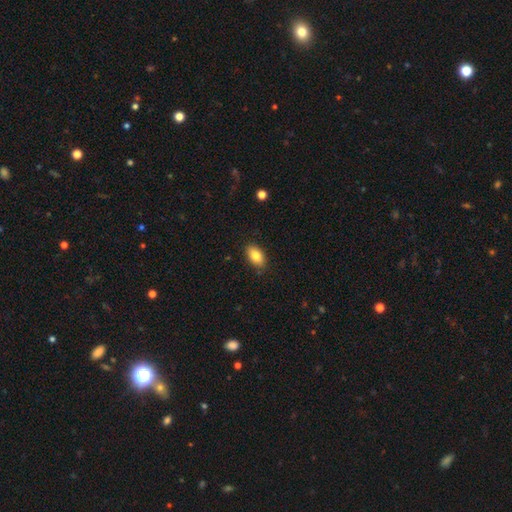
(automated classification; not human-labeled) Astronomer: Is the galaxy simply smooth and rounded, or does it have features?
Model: smooth — 83%.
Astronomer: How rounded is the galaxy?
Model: in between — 91%.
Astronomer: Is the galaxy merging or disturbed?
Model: none — 86%.